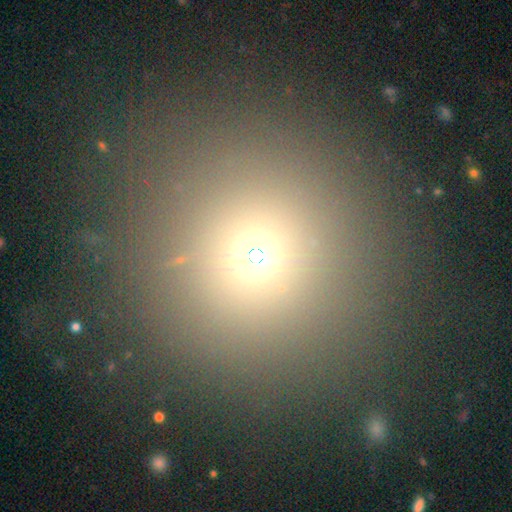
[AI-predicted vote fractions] smooth-or-featured: smooth: 66% | star or artifact: 25% | featured or disk: 9%
  how-rounded: round: 86% | in between: 13% | cigar-shaped: 2%
  merging: none: 78% | minor disturbance: 8% | merger: 8% | major disturbance: 5%